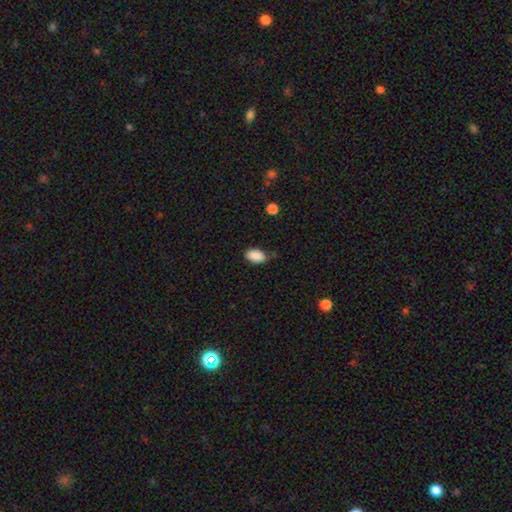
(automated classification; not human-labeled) Smooth or featured: smooth — 89% (star or artifact — 8%)
How rounded: in between — 92% (round — 6%)
Merging: none — 76% (minor disturbance — 18%)